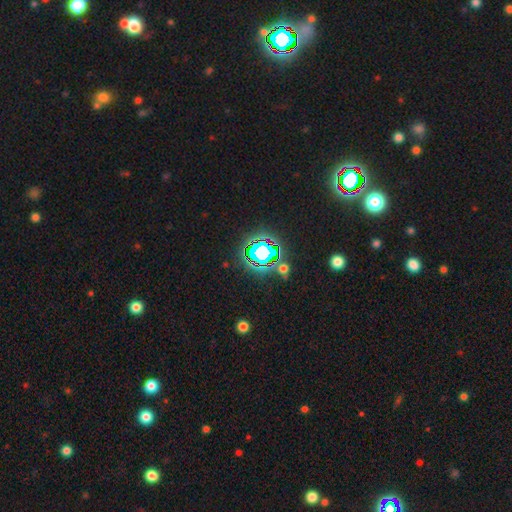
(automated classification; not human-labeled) Overall: star or artifact (79%).